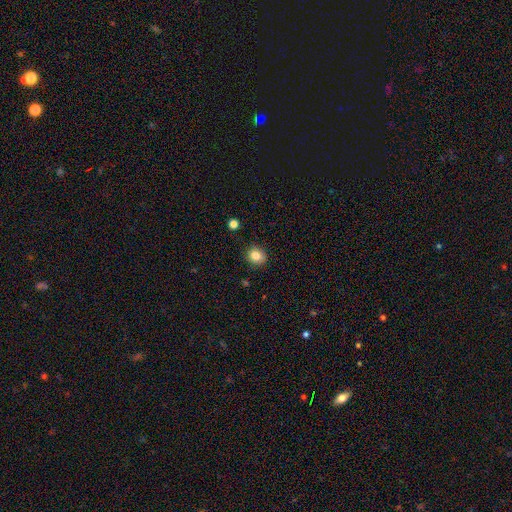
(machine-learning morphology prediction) This appears to be a smooth galaxy with no disk features (82%) that is round (73%). Merging: none (88%).